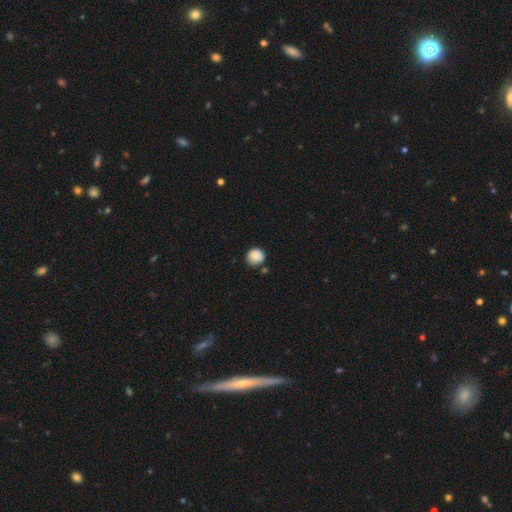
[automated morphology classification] smooth 87%, star or artifact 8%, featured or disk 5%. Down the decision tree: how rounded — round (89%); merging — none (76%).